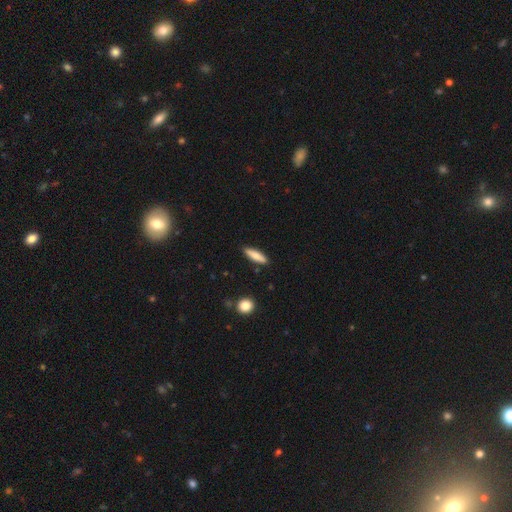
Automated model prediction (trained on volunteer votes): Morphology: type=smooth (76%); roundness=cigar-shaped (69%); merging=none (89%).